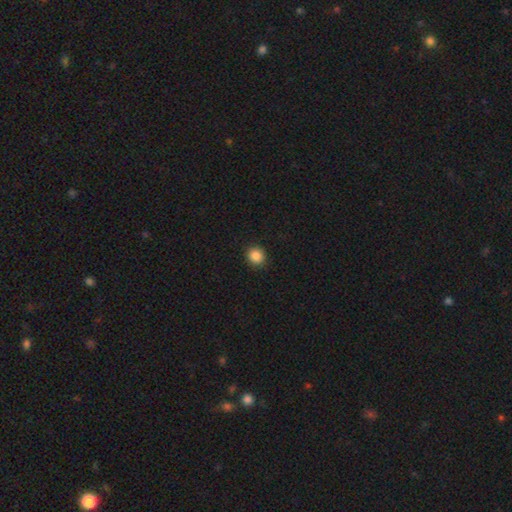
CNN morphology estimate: This appears to be a smooth galaxy with no disk features (87%) that is round (85%). Merging: none (91%).